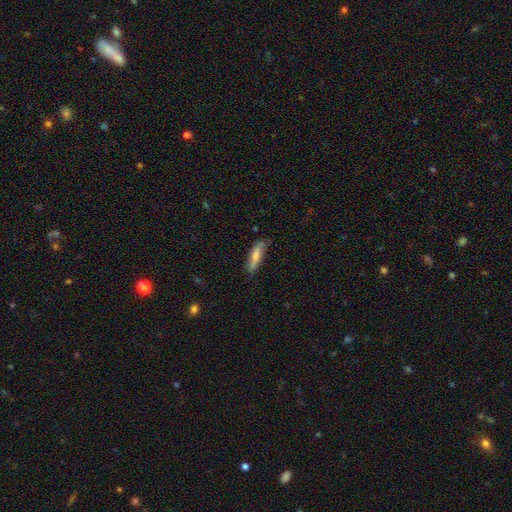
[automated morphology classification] A smooth galaxy with no disk features (58%) that is cigar-shaped (73%).

Vote fractions:
- Smooth or featured? smooth: 58% / featured or disk: 35% / star or artifact: 7%
- How rounded? cigar-shaped: 73% / in between: 25% / round: 2%
- Merging? none: 77% / minor disturbance: 18% / major disturbance: 3% / merger: 1%